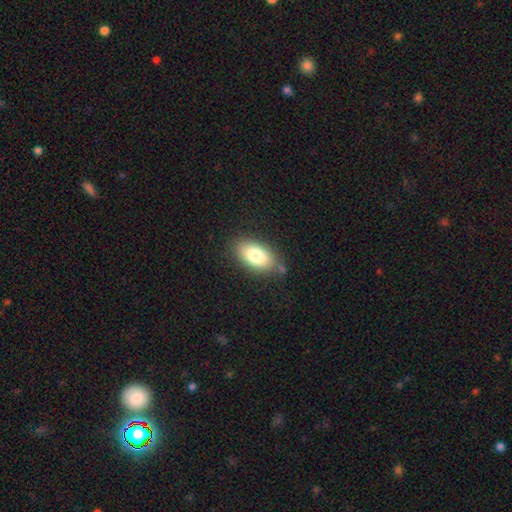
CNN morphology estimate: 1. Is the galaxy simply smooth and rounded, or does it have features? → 81% smooth, 11% featured or disk, 7% star or artifact.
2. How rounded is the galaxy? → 92% in between, 4% round, 4% cigar-shaped.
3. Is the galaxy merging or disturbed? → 78% none, 15% minor disturbance, 4% major disturbance, 4% merger.